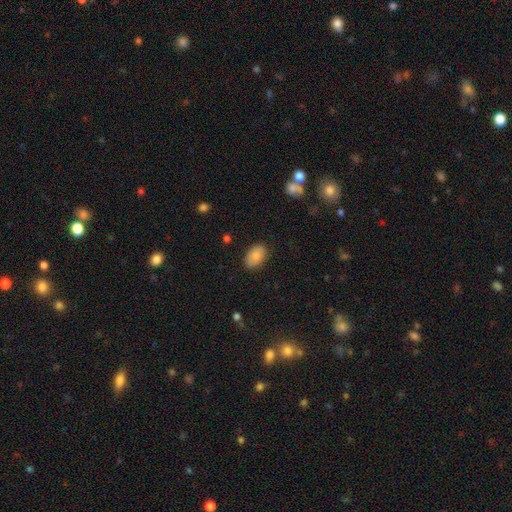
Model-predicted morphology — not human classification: Overall: smooth (84%). How rounded: in between (90%). Merging: none (84%).